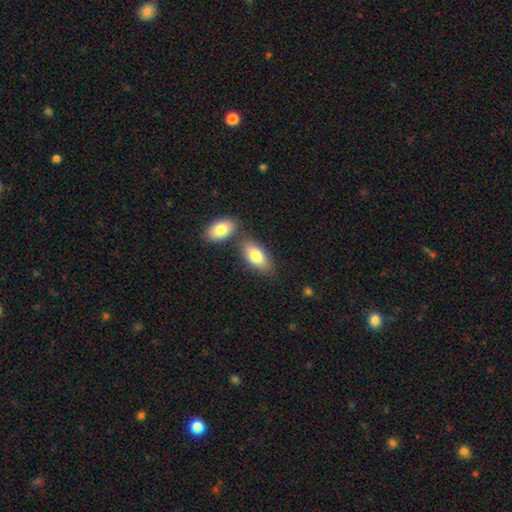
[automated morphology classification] This is likely a smooth galaxy (80%). How rounded: clearly in between (91%). Merging: likely none (63%).